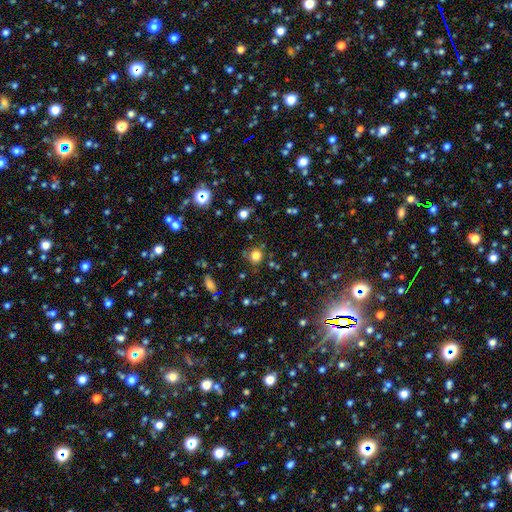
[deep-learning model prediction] A smooth galaxy with no disk features (78%) that is round (89%). Merging: none (80%).